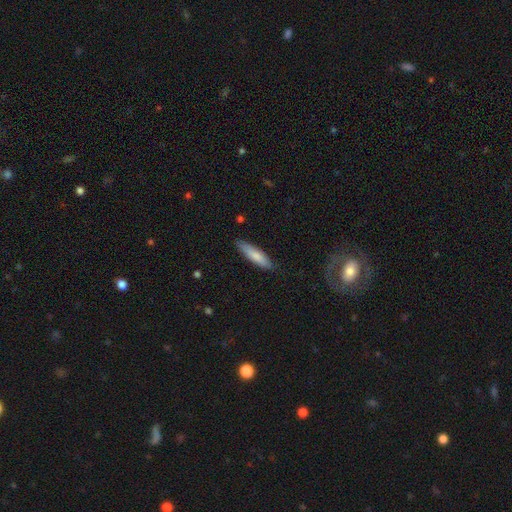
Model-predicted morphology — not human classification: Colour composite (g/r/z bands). It shows a smooth galaxy with no disk features (78%) that is cigar-shaped (71%). Merging: none (84%).